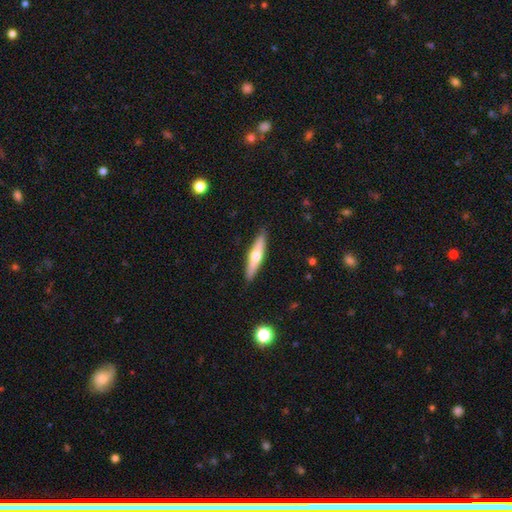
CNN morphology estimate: Smooth or featured? smooth (48%)
Merging? none (90%)